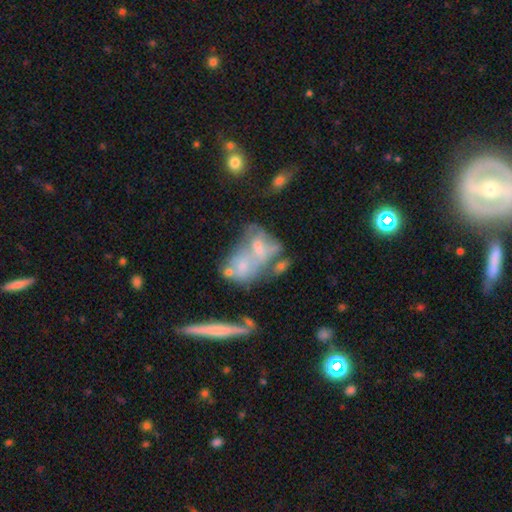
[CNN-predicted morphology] A featured or disk galaxy (58%) with no bar (80%), no spiral arms (76%) and no central bulge (34%). Merging: merger (43%).